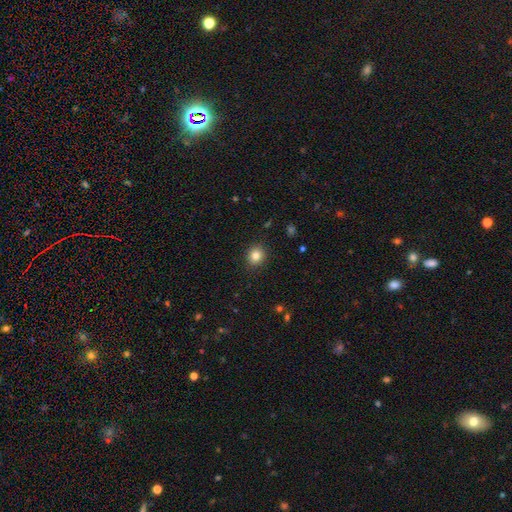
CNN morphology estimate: A smooth galaxy with no disk features (83%) that is round (78%).

Vote fractions:
- Smooth or featured? smooth: 83% / star or artifact: 11% / featured or disk: 6%
- How rounded? round: 78% / in between: 21% / cigar-shaped: 1%
- Merging? none: 90% / minor disturbance: 7% / major disturbance: 2% / merger: 1%